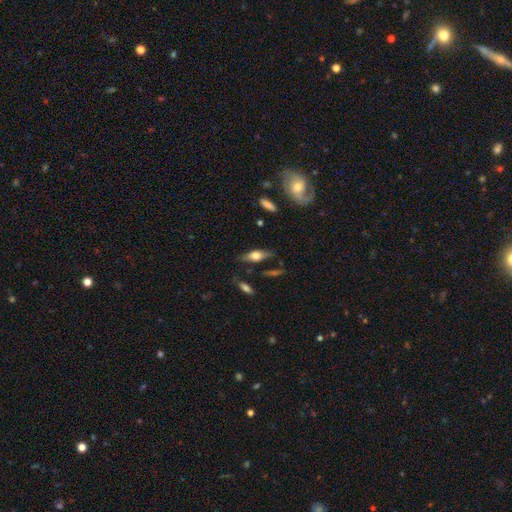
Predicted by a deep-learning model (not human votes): Morphology: type=smooth (47%); merging=none (76%).